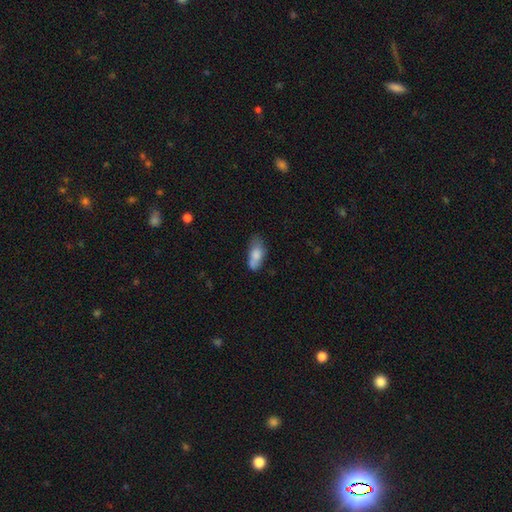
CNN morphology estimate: A smooth galaxy with no disk features (80%) that is in between round and cigar-shaped (83%).

Vote fractions:
- Smooth or featured? smooth: 80% / featured or disk: 13% / star or artifact: 7%
- How rounded? in between: 83% / cigar-shaped: 14% / round: 3%
- Merging? none: 49% / minor disturbance: 34% / major disturbance: 12% / merger: 5%